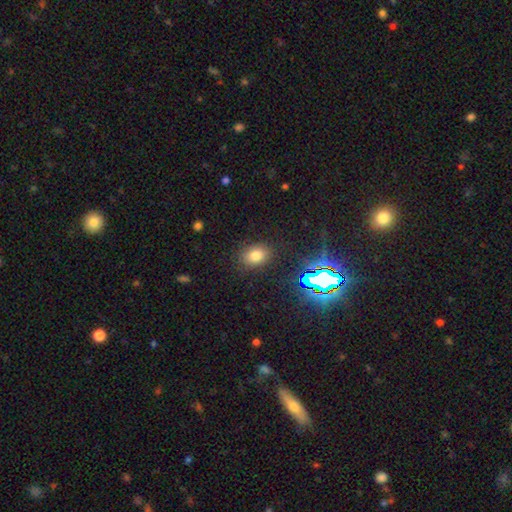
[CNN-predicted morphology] Smooth or featured?
  - smooth: 73% *
  - star or artifact: 18%
  - featured or disk: 9%
How rounded?
  - in between: 73% *
  - round: 26%
  - cigar-shaped: 1%
Merging?
  - none: 85% *
  - minor disturbance: 10%
  - major disturbance: 3%
  - merger: 2%